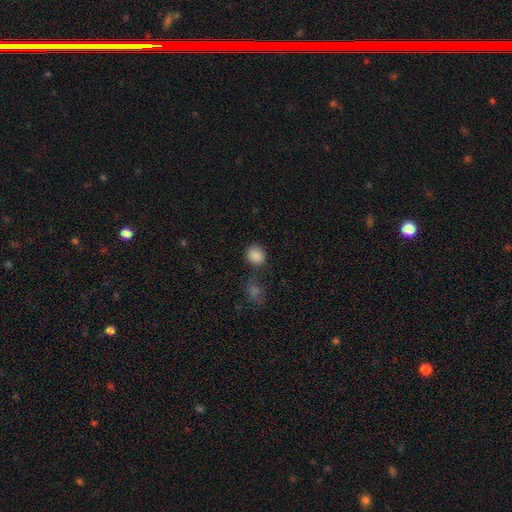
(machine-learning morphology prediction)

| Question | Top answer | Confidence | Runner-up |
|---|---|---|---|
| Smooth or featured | smooth | 87% | star or artifact (10%) |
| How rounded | round | 82% | in between (17%) |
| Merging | none | 76% | minor disturbance (11%) |